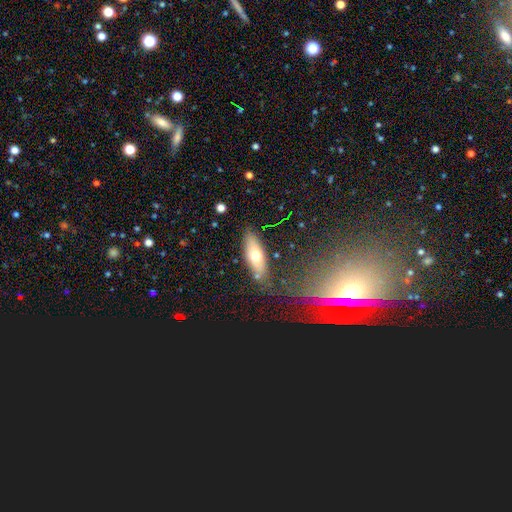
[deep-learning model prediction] smooth 61%, featured or disk 32%, star or artifact 7%. Down the decision tree: how rounded — in between (66%); merging — none (79%).